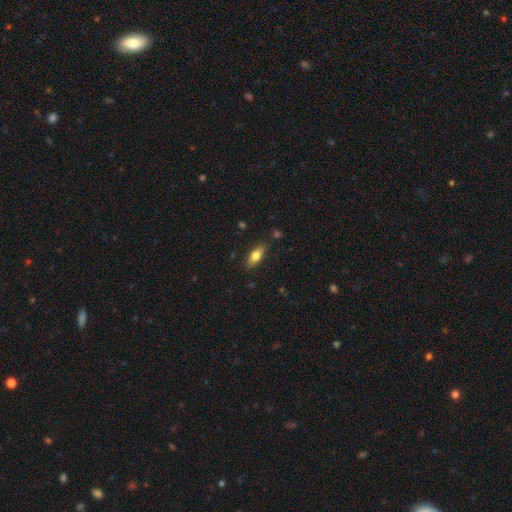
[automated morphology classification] Smooth or featured? Predicted: smooth (p=0.71). How rounded? Predicted: in between (p=0.74). Merging? Predicted: none (p=0.85).